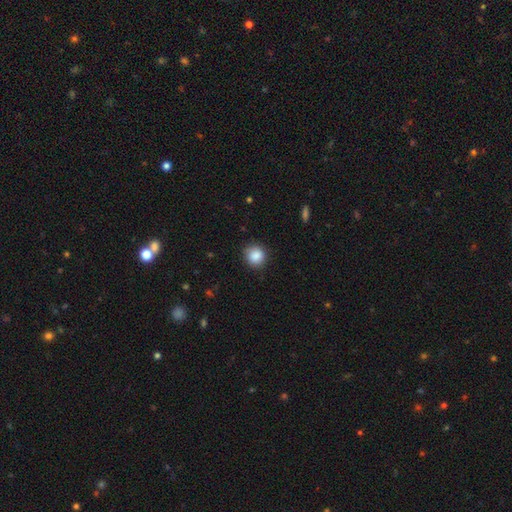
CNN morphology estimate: The model was most divided on "merging": none: 86%, minor disturbance: 10%, major disturbance: 2%, merger: 1%. More confident: how rounded — round (88%); smooth or featured — smooth (88%).